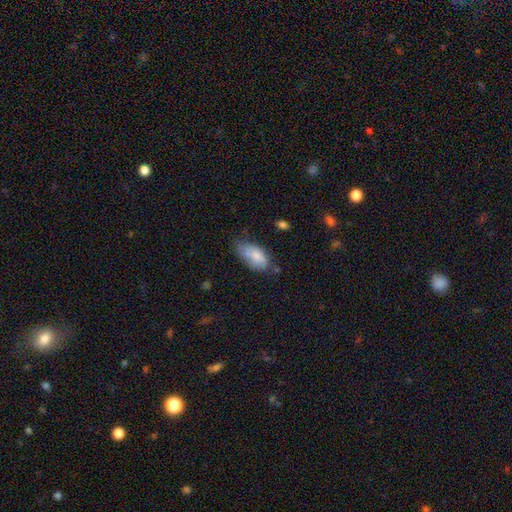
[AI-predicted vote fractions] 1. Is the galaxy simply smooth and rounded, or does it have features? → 77% smooth, 16% featured or disk, 7% star or artifact.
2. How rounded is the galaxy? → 93% in between, 4% round, 3% cigar-shaped.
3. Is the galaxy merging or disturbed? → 40% none, 38% minor disturbance, 13% major disturbance, 9% merger.